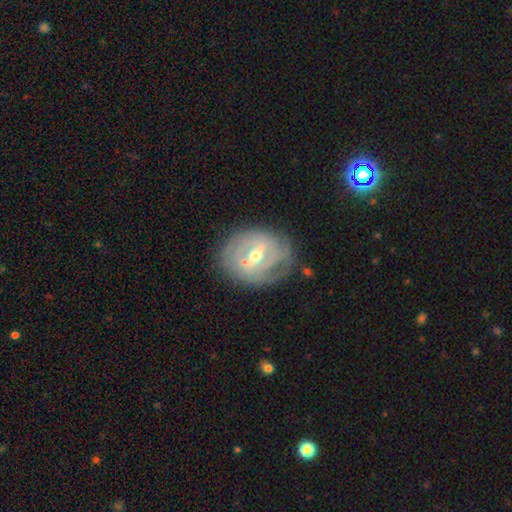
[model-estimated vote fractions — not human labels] smooth_or_featured: featured or disk (p=0.78) [alt: smooth p=0.13]
disk_edge_on: no (p=0.95) [alt: yes p=0.05]
bar: weak (p=0.45) [alt: strong p=0.41]
has_spiral_arms: yes (p=0.80) [alt: no p=0.20]
spiral_winding: tight (p=0.65) [alt: medium p=0.26]
spiral_arm_count: can't tell (p=0.41) [alt: 2 p=0.34]
bulge_size: moderate (p=0.59) [alt: small p=0.37]
merging: none (p=0.71) [alt: minor disturbance p=0.19]